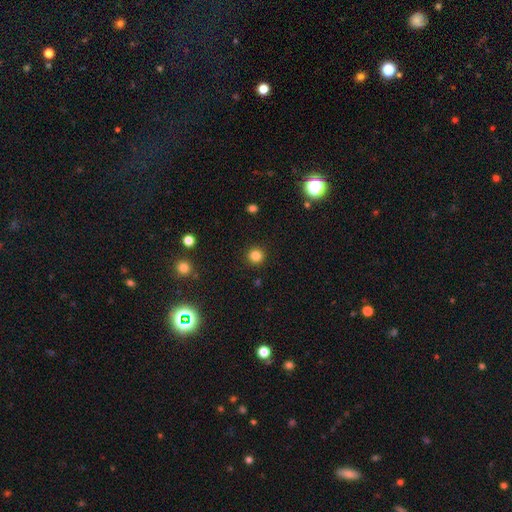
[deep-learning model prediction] Q: Smooth or featured?
A: smooth (84%); runner-up: star or artifact (12%)
Q: How rounded?
A: round (94%); runner-up: in between (5%)
Q: Merging?
A: none (92%); runner-up: minor disturbance (5%)